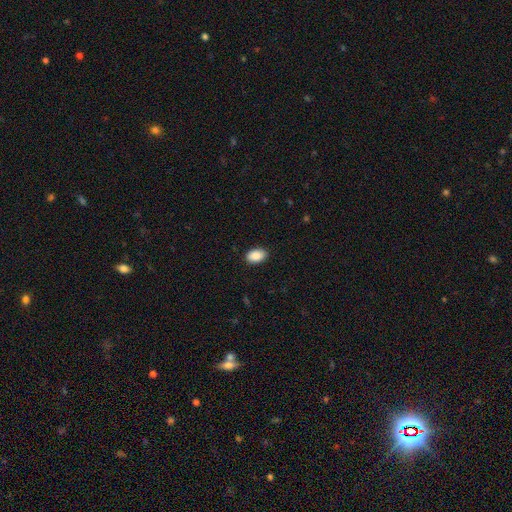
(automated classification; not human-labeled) Smooth or featured? Predicted: smooth (p=0.90). How rounded? Predicted: in between (p=0.90). Merging? Predicted: none (p=0.89).